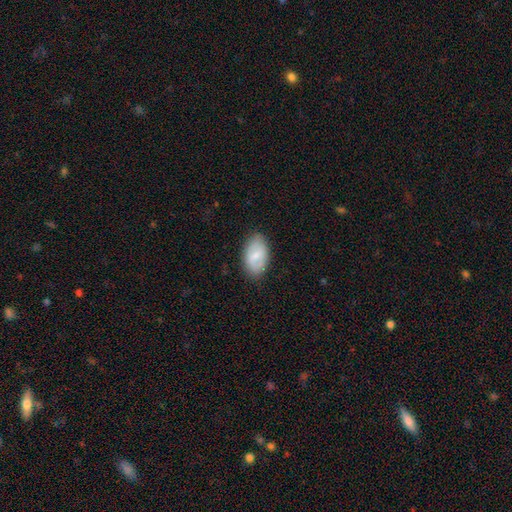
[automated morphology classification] A smooth galaxy with no disk features (71%) that is in between round and cigar-shaped (93%). Merging: none (82%).